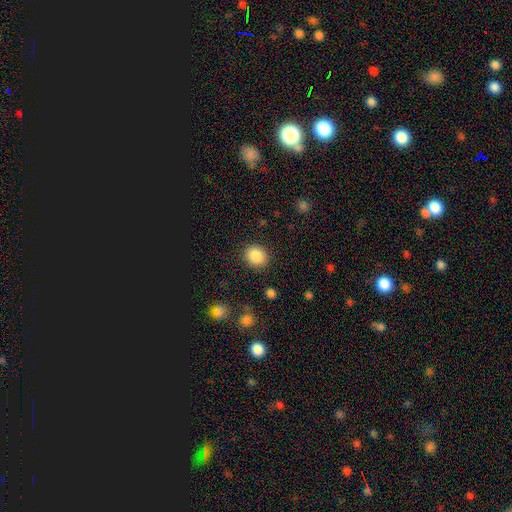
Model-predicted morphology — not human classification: Smooth or featured? Predicted: smooth (p=0.87). How rounded? Predicted: round (p=0.67). Merging? Predicted: none (p=0.88).